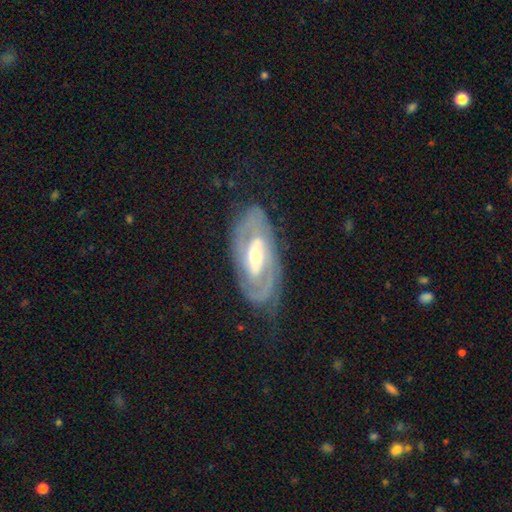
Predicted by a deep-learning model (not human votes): The model was most divided on "bar": weak: 40%, no: 33%, strong: 27%. More confident: edge-on disk — no (92%); spiral arms — yes (89%); smooth or featured — featured or disk (85%); merging — none (73%); spiral arm count — 2 (64%); spiral winding — tight (62%); bulge size — moderate (61%).